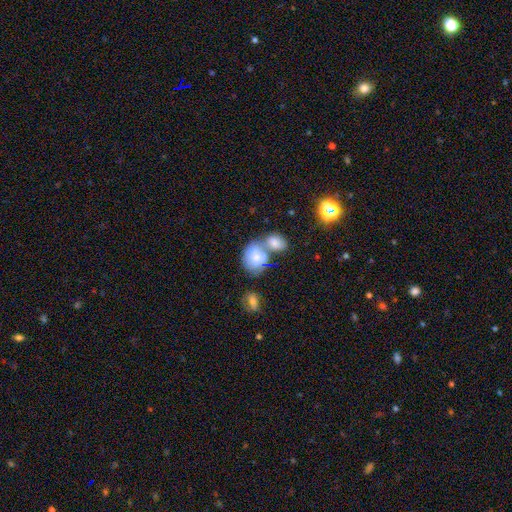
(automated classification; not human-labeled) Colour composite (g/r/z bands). It shows a smooth galaxy with no disk features (66%) that is in between round and cigar-shaped (62%). Merging: merger (60%).